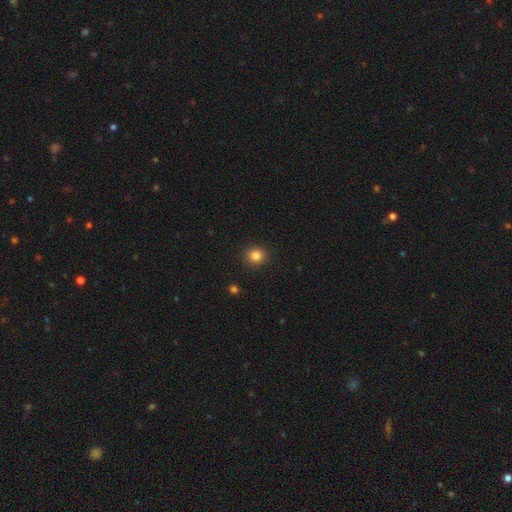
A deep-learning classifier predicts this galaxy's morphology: The model was most divided on "how rounded": round: 84%, in between: 15%, cigar-shaped: 1%. More confident: merging — none (90%); smooth or featured — smooth (84%).